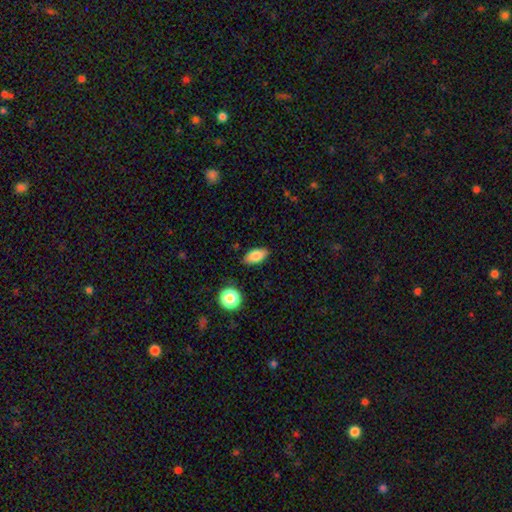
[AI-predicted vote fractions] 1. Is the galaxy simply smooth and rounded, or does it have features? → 82% smooth, 9% featured or disk, 8% star or artifact.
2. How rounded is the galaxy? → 89% in between, 6% cigar-shaped, 5% round.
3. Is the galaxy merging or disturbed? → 84% none, 12% minor disturbance, 2% major disturbance, 2% merger.